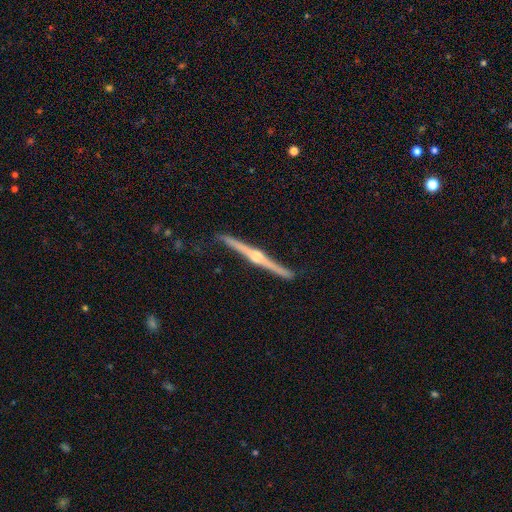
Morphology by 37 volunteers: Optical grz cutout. It shows a featured or disk galaxy (97%) viewed edge-on (100%) with a rounded central bulge (94%). Merging: none (92%).